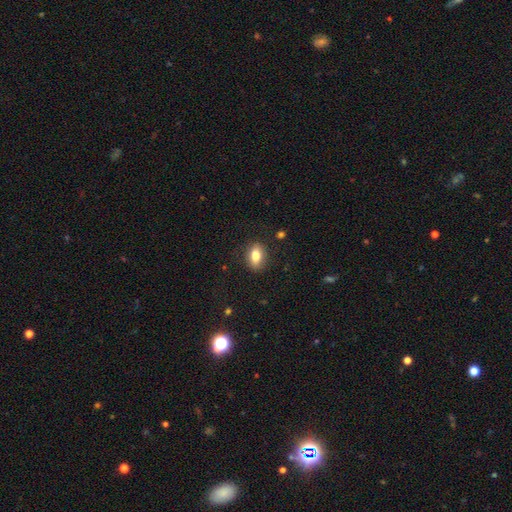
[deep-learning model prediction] Q: Smooth or featured?
A: smooth (80%); runner-up: featured or disk (12%)
Q: How rounded?
A: in between (83%); runner-up: round (13%)
Q: Merging?
A: none (85%); runner-up: minor disturbance (11%)